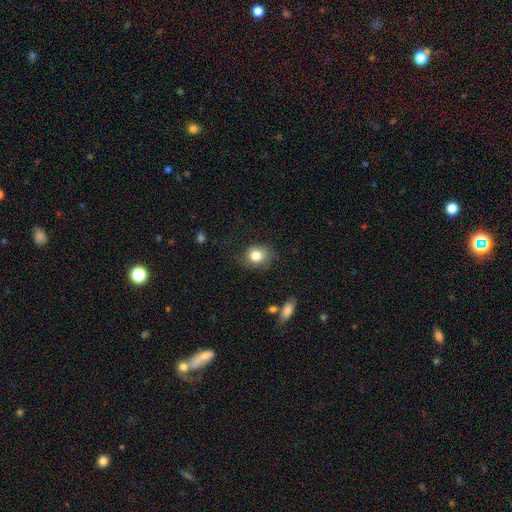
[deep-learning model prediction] The model was most divided on "how rounded": round: 67%, in between: 33%, cigar-shaped: 1%. More confident: smooth or featured — smooth (82%); merging — none (71%).